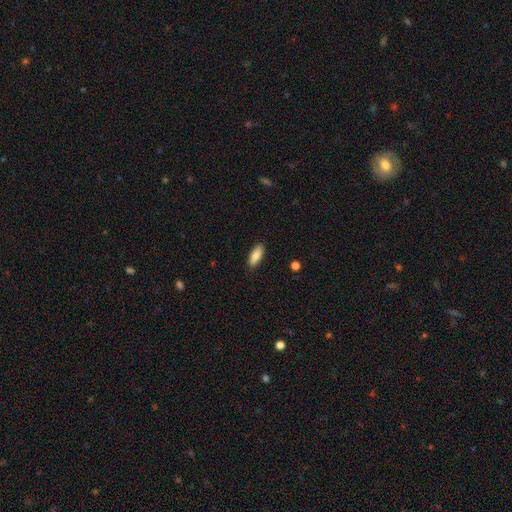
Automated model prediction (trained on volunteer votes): This is clearly a smooth galaxy (86%). How rounded: likely in between (78%). Merging: clearly none (88%).